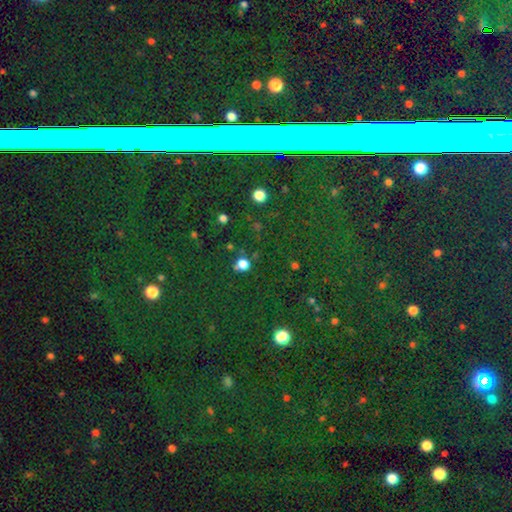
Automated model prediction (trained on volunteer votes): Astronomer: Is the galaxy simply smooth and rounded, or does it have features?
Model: star or artifact — 82%.